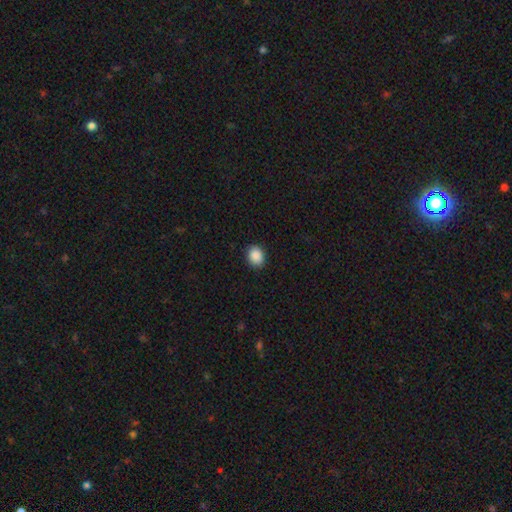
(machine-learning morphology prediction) Smooth or featured: smooth — 89% (star or artifact — 8%)
How rounded: round — 55% (in between — 44%)
Merging: none — 90% (minor disturbance — 7%)